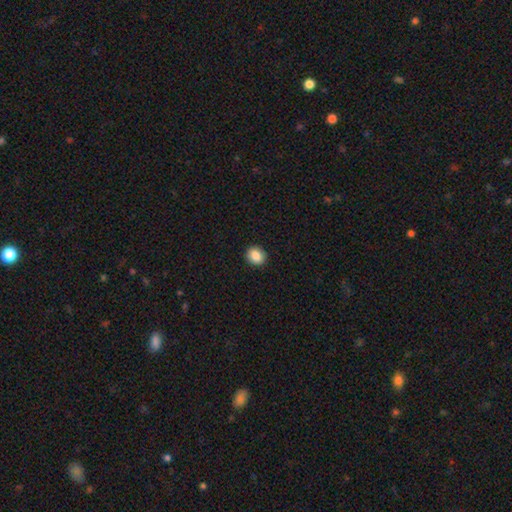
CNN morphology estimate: Q: Smooth or featured?
A: smooth (87%); runner-up: star or artifact (9%)
Q: How rounded?
A: round (71%); runner-up: in between (28%)
Q: Merging?
A: none (92%); runner-up: minor disturbance (5%)